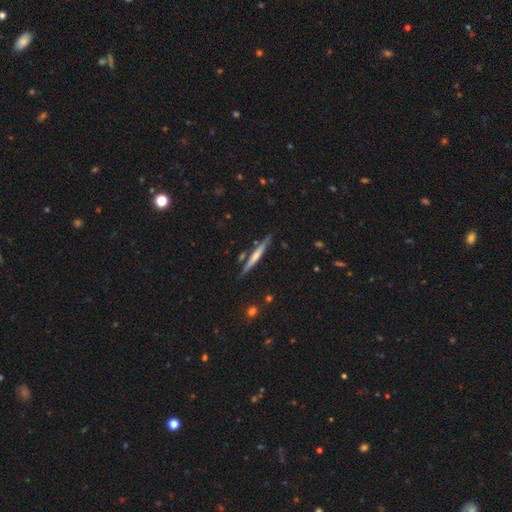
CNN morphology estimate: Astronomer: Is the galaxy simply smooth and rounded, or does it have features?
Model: featured or disk — 49% (runner-up: smooth, 45%).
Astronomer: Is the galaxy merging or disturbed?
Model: none — 84%.